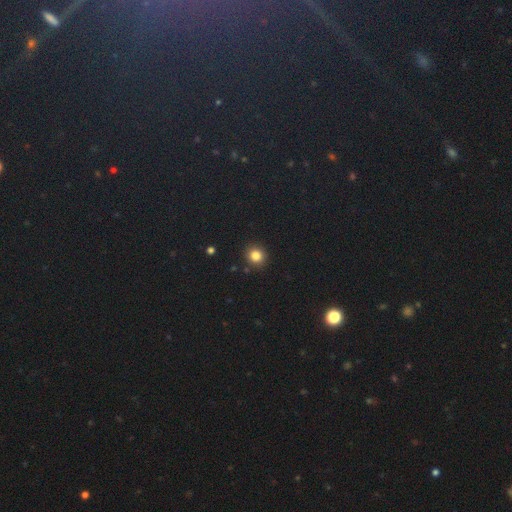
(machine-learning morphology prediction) Overall: smooth (83%). How rounded: round (86%). Merging: none (89%).